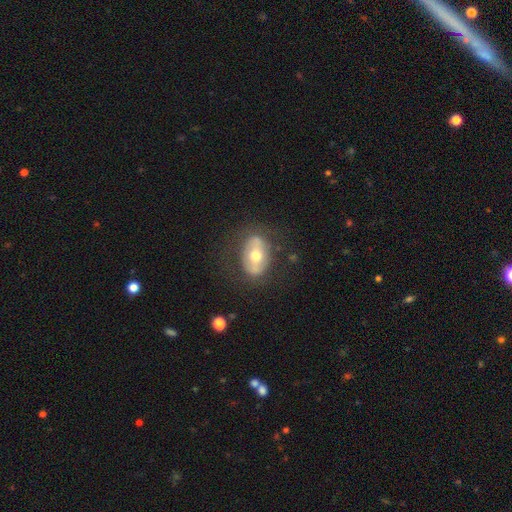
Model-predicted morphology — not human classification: Smooth or featured: featured or disk — 55% (smooth — 38%)
Edge-on disk: no — 92% (yes — 8%)
Bar: no — 47% (strong — 28%)
Spiral arms: no — 75% (yes — 25%)
Bulge size: moderate — 74% (small — 16%)
Merging: none — 73% (minor disturbance — 16%)